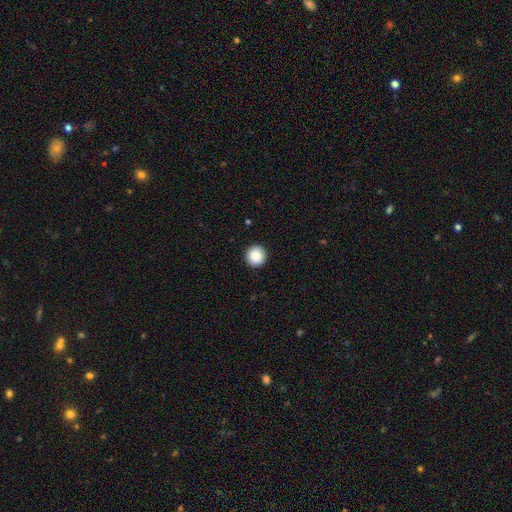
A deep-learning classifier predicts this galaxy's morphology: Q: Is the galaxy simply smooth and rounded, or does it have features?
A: smooth — 88%.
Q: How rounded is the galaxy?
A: round — 95%.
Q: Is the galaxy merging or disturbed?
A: none — 93%.